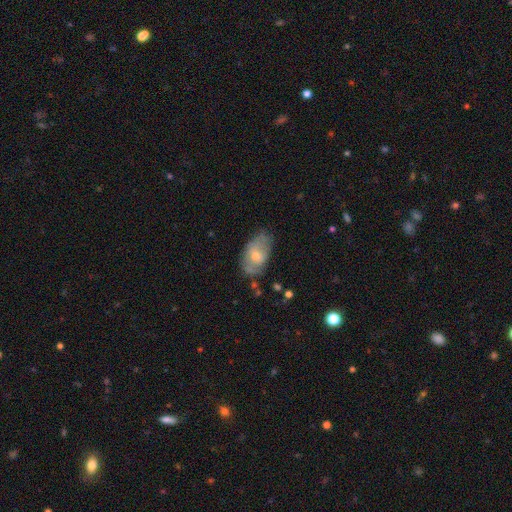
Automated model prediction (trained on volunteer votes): Smooth or featured? smooth (49%)
Merging? none (57%)